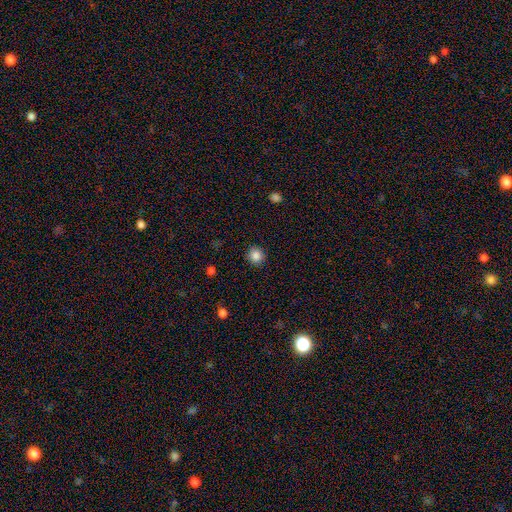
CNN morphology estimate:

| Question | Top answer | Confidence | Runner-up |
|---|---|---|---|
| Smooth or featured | smooth | 85% | star or artifact (11%) |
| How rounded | round | 91% | in between (8%) |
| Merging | none | 91% | minor disturbance (6%) |